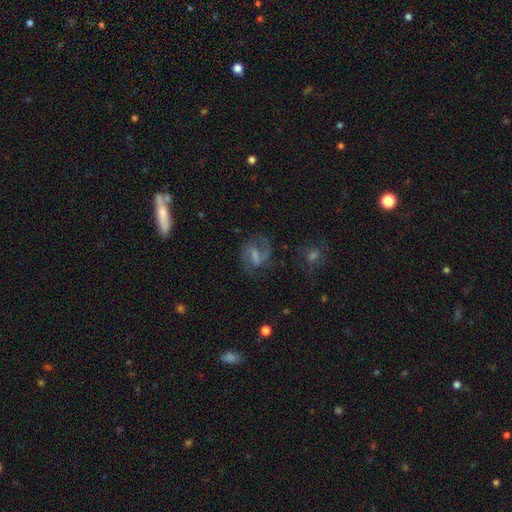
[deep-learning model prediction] A featured or disk galaxy (72%) with a weak bar (47%), 2 (82%) medium (51%) spiral arms (89%) and no central bulge (47%). Merging: none (60%).